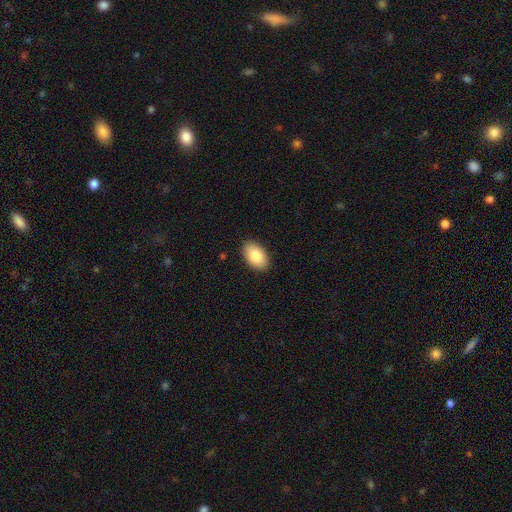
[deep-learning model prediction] Smooth or featured?
  - smooth: 86% *
  - featured or disk: 8%
  - star or artifact: 6%
How rounded?
  - in between: 94% *
  - round: 5%
  - cigar-shaped: 1%
Merging?
  - none: 88% *
  - minor disturbance: 9%
  - major disturbance: 2%
  - merger: 1%